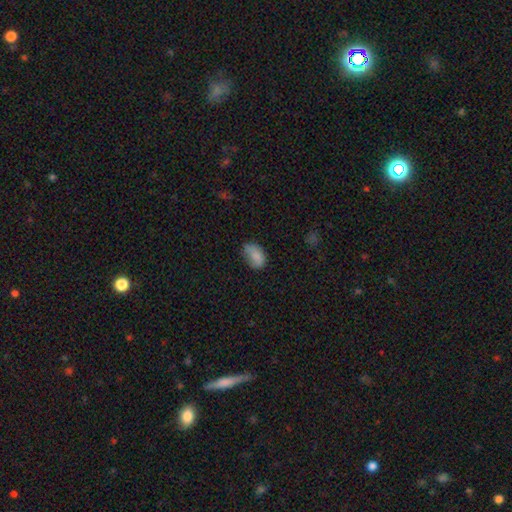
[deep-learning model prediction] Smooth or featured? smooth (82%)
How rounded? in between (89%)
Merging? none (51%)